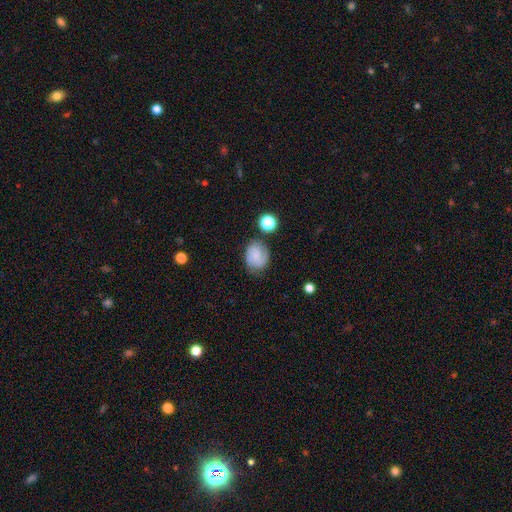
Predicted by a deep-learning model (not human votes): smooth-or-featured: featured or disk: 52% | smooth: 38% | star or artifact: 10%
  disk-edge-on: no: 98% | yes: 2%
    bar: no: 62% | weak: 32% | strong: 5%
    has-spiral-arms: yes: 91% | no: 9%
    bulge-size: small: 50% | none: 28% | moderate: 18% | large: 3% | dominant: 2%
  merging: none: 72% | minor disturbance: 19% | major disturbance: 6% | merger: 4%